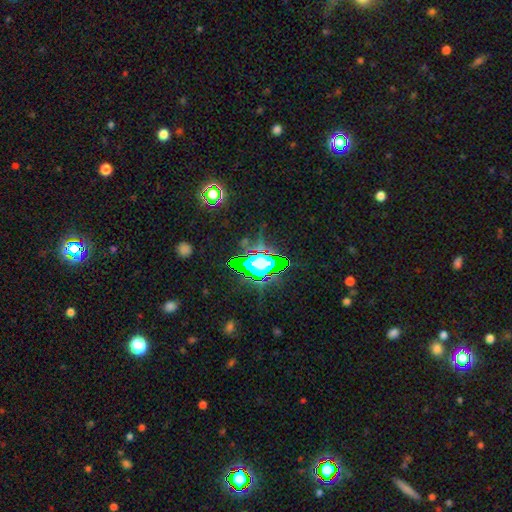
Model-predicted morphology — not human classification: Smooth or featured? Predicted: star or artifact (p=0.67).